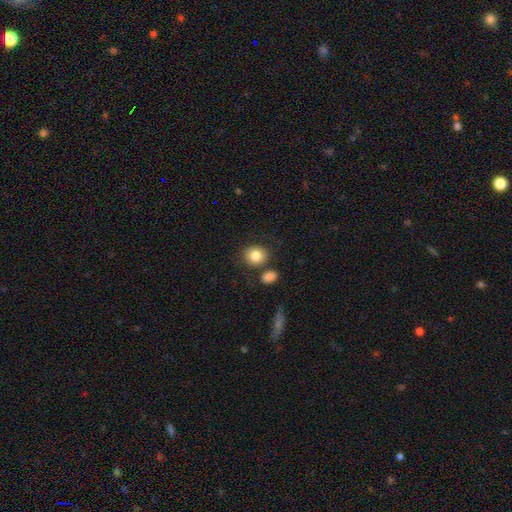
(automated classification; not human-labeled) This is clearly a smooth galaxy (84%). How rounded: likely round (74%). Merging: likely none (75%).